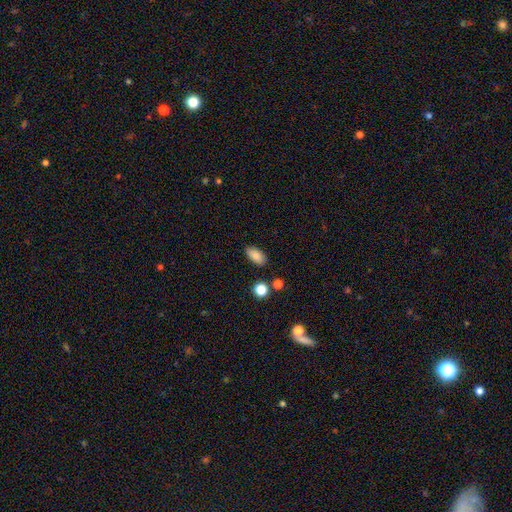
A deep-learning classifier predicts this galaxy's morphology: A smooth galaxy with no disk features (85%) that is in between round and cigar-shaped (91%). Merging: none (85%).